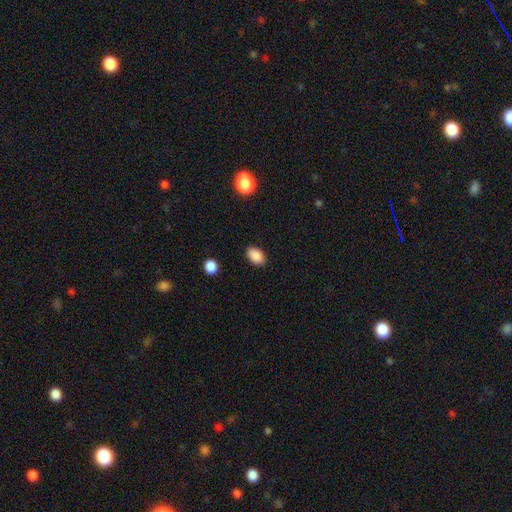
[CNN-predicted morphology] A smooth galaxy with no disk features (89%) that is in between round and cigar-shaped (89%).

Vote fractions:
- Smooth or featured? smooth: 89% / star or artifact: 8% / featured or disk: 3%
- How rounded? in between: 89% / round: 10% / cigar-shaped: 1%
- Merging? none: 88% / minor disturbance: 9% / major disturbance: 2% / merger: 1%